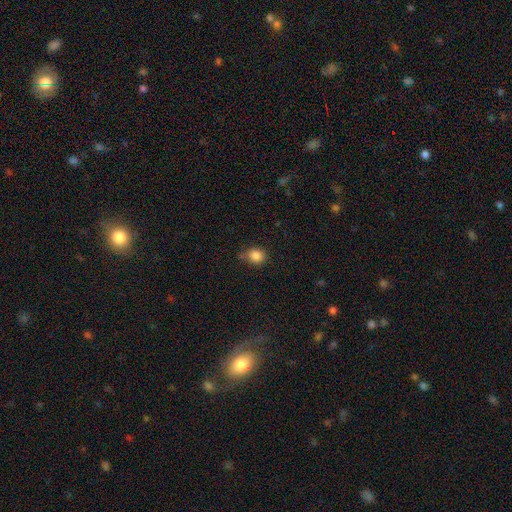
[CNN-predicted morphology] Overall: smooth (85%). How rounded: round (73%). Merging: none (72%).